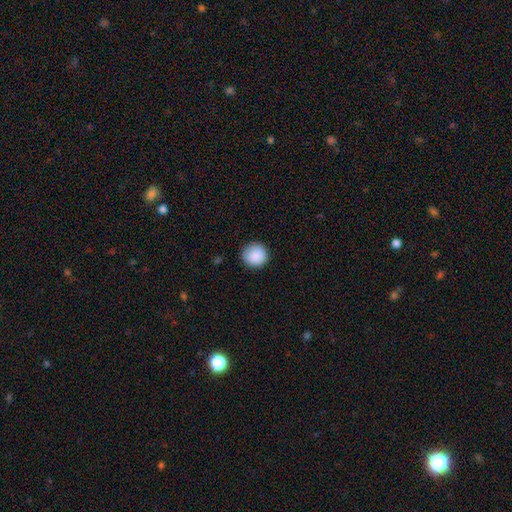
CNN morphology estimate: smooth_or_featured: smooth (p=0.89) [alt: star or artifact p=0.08]
how_rounded: round (p=0.94) [alt: in between p=0.05]
merging: none (p=0.89) [alt: minor disturbance p=0.08]